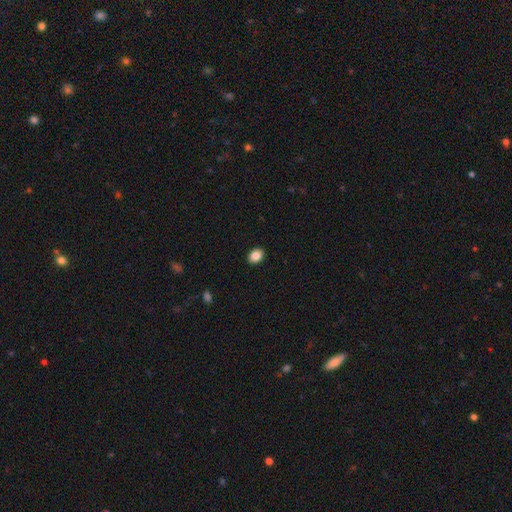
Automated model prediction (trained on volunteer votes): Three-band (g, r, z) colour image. It shows a smooth galaxy with no disk features (86%) that is in between round and cigar-shaped (64%). Merging: none (91%).